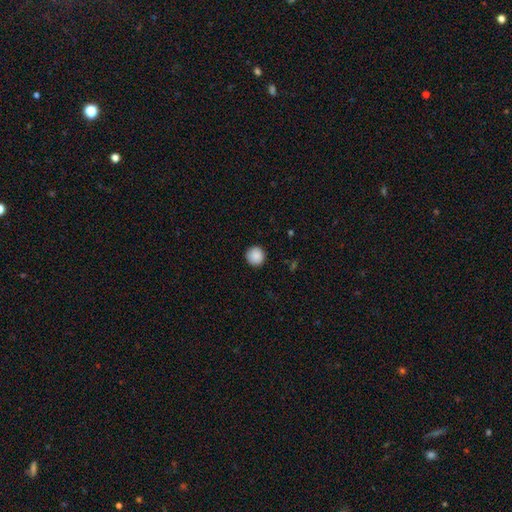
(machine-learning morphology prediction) Smooth or featured?
  - smooth: 89% *
  - star or artifact: 8%
  - featured or disk: 3%
How rounded?
  - round: 94% *
  - in between: 5%
  - cigar-shaped: 1%
Merging?
  - none: 92% *
  - minor disturbance: 5%
  - major disturbance: 2%
  - merger: 1%